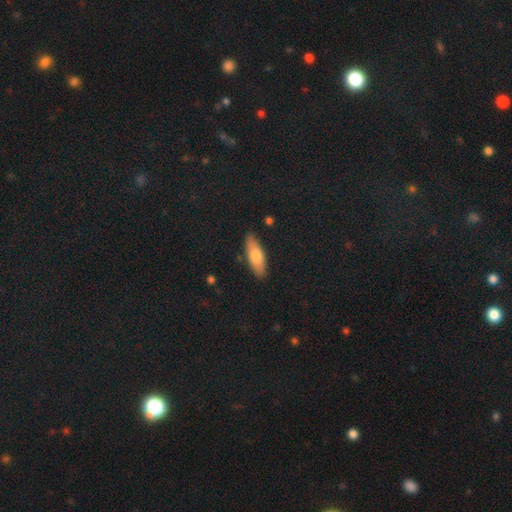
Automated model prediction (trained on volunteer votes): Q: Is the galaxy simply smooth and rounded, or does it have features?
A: smooth — 71%.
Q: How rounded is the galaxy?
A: in between — 61%.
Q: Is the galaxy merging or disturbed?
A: none — 87%.